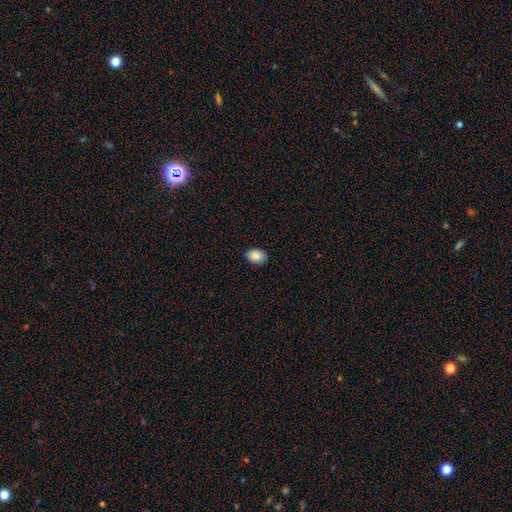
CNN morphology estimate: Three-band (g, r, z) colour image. It shows a smooth galaxy with no disk features (88%) that is in between round and cigar-shaped (75%). Merging: none (85%).